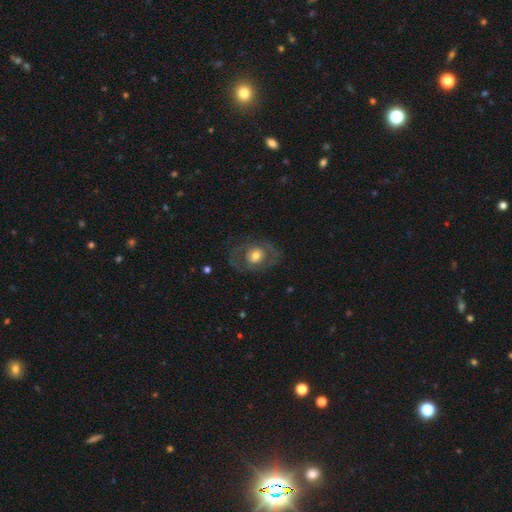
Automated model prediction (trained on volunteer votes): A featured or disk galaxy (54%) with no bar (77%), no spiral arms (61%) and a moderate central bulge (64%).

Vote fractions:
- Smooth or featured? featured or disk: 54% / smooth: 38% / star or artifact: 7%
- Edge-on disk? no: 95% / yes: 5%
- Bar? no: 77% / weak: 18% / strong: 5%
- Spiral arms? no: 61% / yes: 39%
- Bulge size? moderate: 64% / large: 20% / small: 13% / dominant: 2% / none: 1%
- Merging? none: 66% / minor disturbance: 16% / major disturbance: 16% / merger: 1%